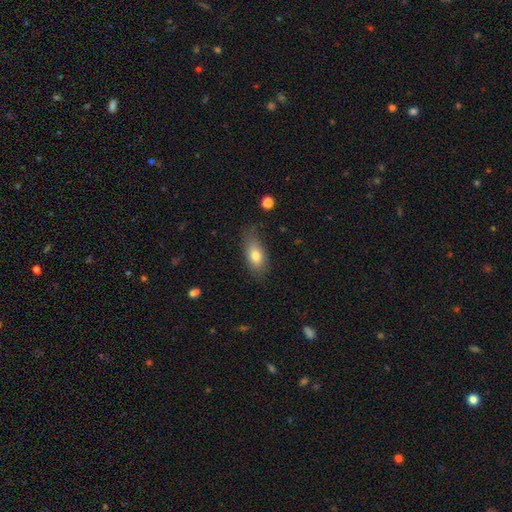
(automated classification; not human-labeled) Morphology: type=smooth (76%); roundness=in between (85%); merging=none (72%).